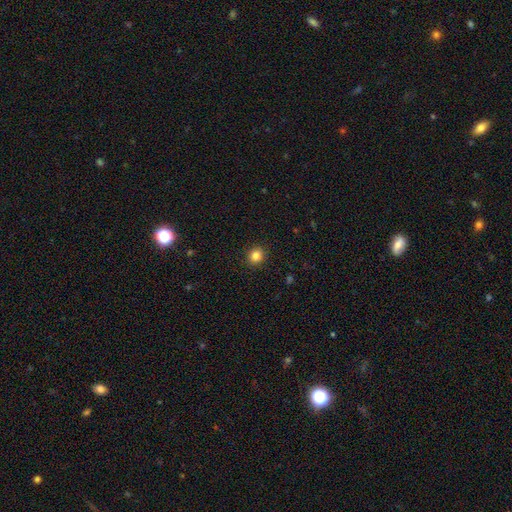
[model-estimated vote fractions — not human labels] A smooth galaxy with no disk features (83%) that is round (80%). Merging: none (91%).